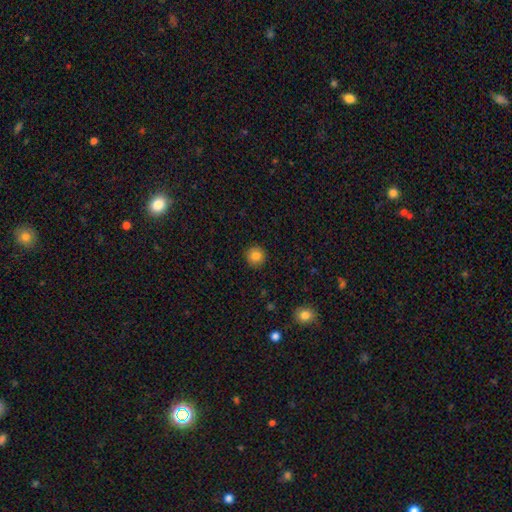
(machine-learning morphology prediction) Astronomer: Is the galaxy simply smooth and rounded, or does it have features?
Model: smooth — 84%.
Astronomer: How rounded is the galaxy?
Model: round — 95%.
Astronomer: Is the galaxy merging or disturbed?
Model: none — 92%.